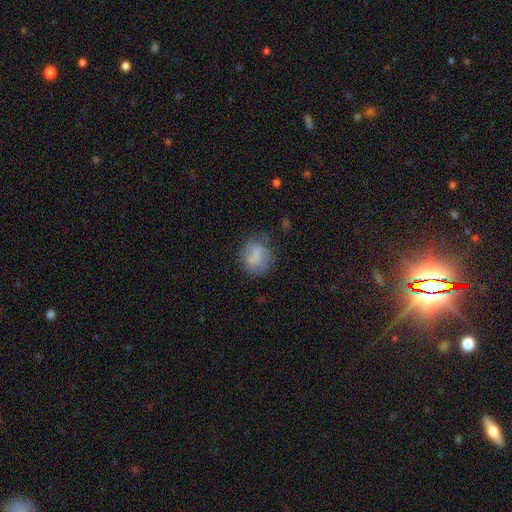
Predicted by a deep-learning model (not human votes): Q: Smooth or featured?
A: smooth (59%); runner-up: featured or disk (33%)
Q: How rounded?
A: round (68%); runner-up: in between (31%)
Q: Merging?
A: none (61%); runner-up: minor disturbance (24%)